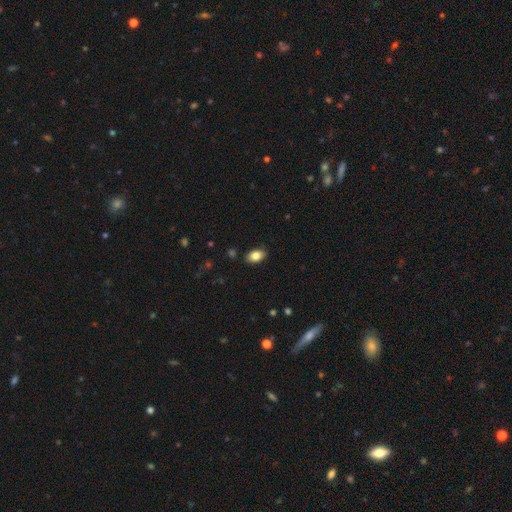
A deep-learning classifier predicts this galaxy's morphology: Smooth or featured? Predicted: smooth (p=0.83). How rounded? Predicted: in between (p=0.88). Merging? Predicted: none (p=0.87).